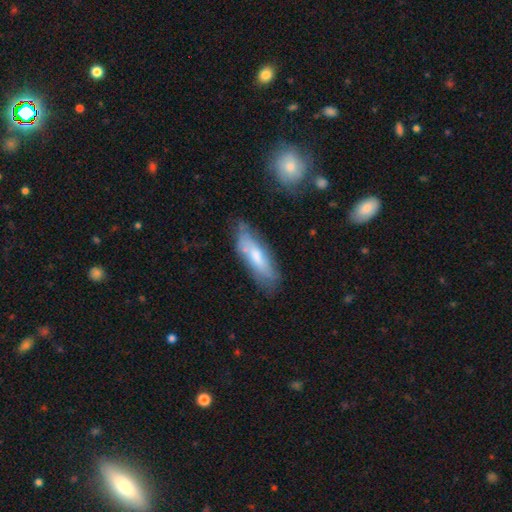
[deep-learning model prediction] This is possibly a smooth galaxy (60%). How rounded: possibly cigar-shaped (53%). Merging: likely none (62%).